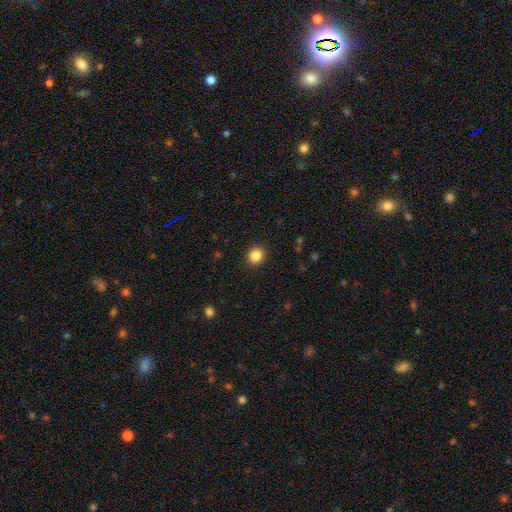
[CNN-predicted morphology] Smooth or featured?
  - smooth: 85% *
  - star or artifact: 11%
  - featured or disk: 4%
How rounded?
  - round: 78% *
  - in between: 21%
  - cigar-shaped: 1%
Merging?
  - none: 91% *
  - minor disturbance: 6%
  - major disturbance: 2%
  - merger: 1%